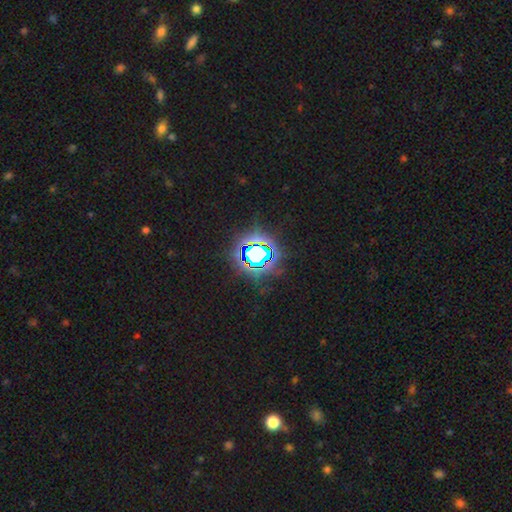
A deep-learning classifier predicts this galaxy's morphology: This is likely a star or artifact rather than a galaxy (74%).